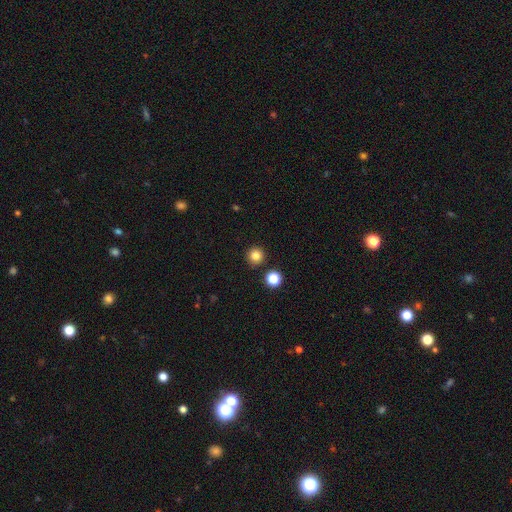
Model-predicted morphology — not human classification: A smooth galaxy with no disk features (82%) that is round (95%).

Vote fractions:
- Smooth or featured? smooth: 82% / star or artifact: 13% / featured or disk: 5%
- How rounded? round: 95% / in between: 4% / cigar-shaped: 1%
- Merging? none: 90% / minor disturbance: 5% / merger: 3% / major disturbance: 2%